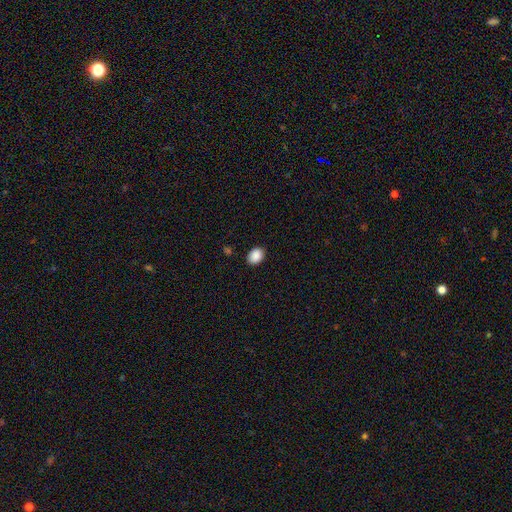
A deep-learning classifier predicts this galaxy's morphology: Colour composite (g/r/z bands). It shows a smooth galaxy with no disk features (90%) that is in between round and cigar-shaped (69%). Merging: none (89%).